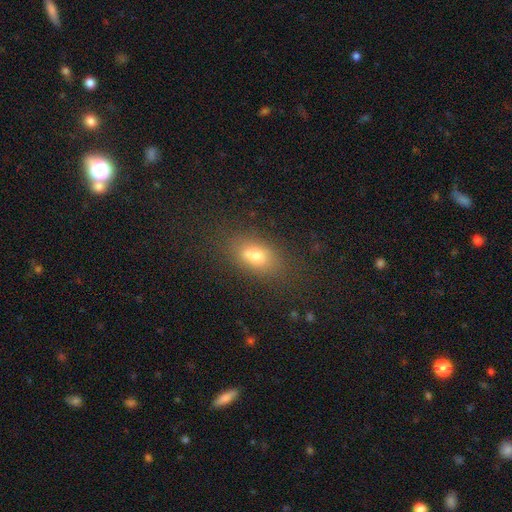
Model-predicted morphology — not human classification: Smooth or featured? Predicted: smooth (p=0.69). How rounded? Predicted: in between (p=0.79). Merging? Predicted: none (p=0.57).